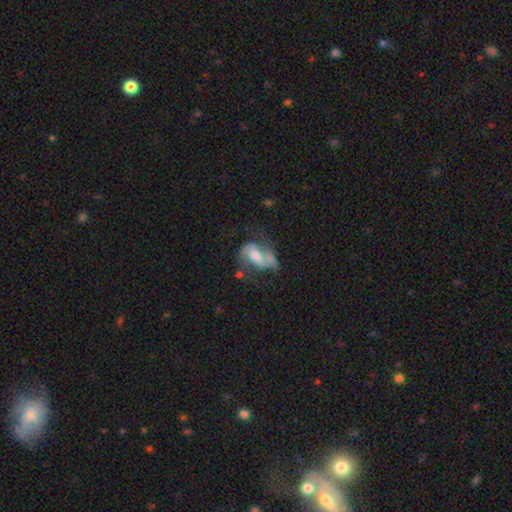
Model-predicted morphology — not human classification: Smooth or featured? featured or disk (66%)
Edge-on disk? no (96%)
Bar? no (47%)
Spiral arms? yes (78%)
Bulge size? moderate (63%)
Merging? none (35%)